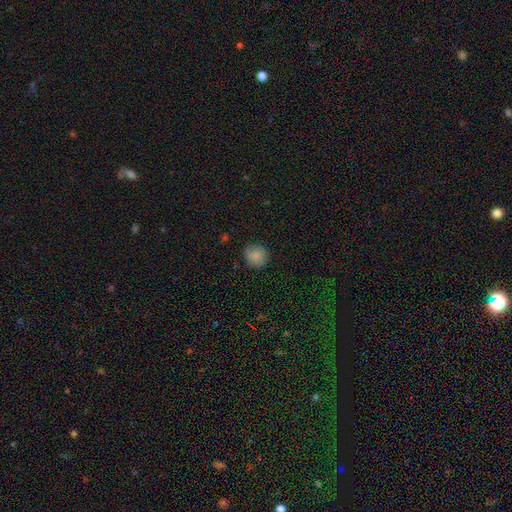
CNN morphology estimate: smooth 84%, star or artifact 9%, featured or disk 7%. Down the decision tree: how rounded — round (89%); merging — none (82%).